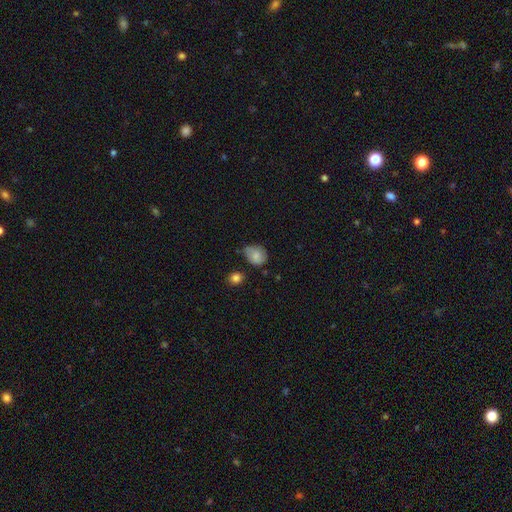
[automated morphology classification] smooth_or_featured: smooth (p=0.76) [alt: featured or disk p=0.16]
how_rounded: round (p=0.50) [alt: in between p=0.49]
merging: none (p=0.52) [alt: minor disturbance p=0.35]